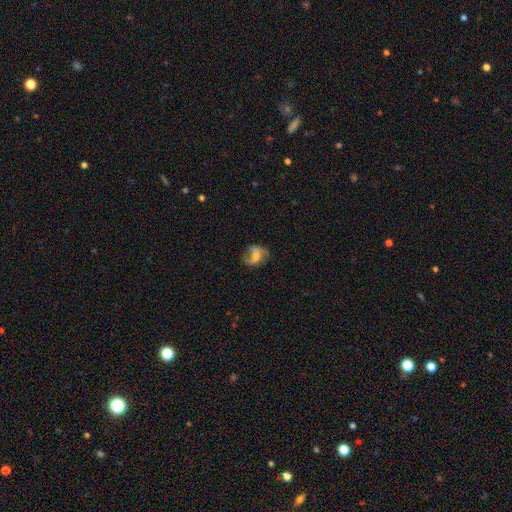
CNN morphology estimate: A featured or disk galaxy (56%) with no bar (40%, tied with weak), spiral arms (77%) and a moderate central bulge (45%).

Vote fractions:
- Smooth or featured? featured or disk: 56% / smooth: 35% / star or artifact: 9%
- Edge-on disk? no: 96% / yes: 4%
- Bar? no: 40% (tied) / weak: 40% (tied) / strong: 20%
- Spiral arms? yes: 77% / no: 23%
- Bulge size? moderate: 45% / small: 30% / none: 12% / large: 11% / dominant: 2%
- Merging? none: 58% / minor disturbance: 23% / major disturbance: 16% / merger: 2%